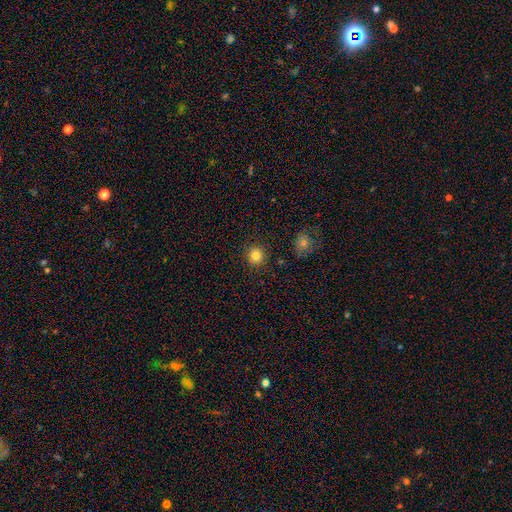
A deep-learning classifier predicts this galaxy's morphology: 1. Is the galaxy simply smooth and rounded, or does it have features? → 82% smooth, 12% star or artifact, 6% featured or disk.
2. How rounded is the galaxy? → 91% round, 8% in between, 1% cigar-shaped.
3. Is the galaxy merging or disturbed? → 90% none, 6% minor disturbance, 2% major disturbance, 2% merger.